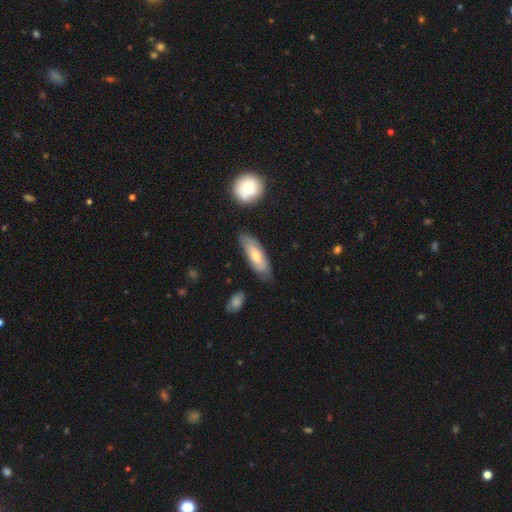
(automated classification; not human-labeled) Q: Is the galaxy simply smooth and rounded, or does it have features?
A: smooth — 60%.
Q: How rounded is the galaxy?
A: in between — 64%.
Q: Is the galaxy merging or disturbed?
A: none — 70%.